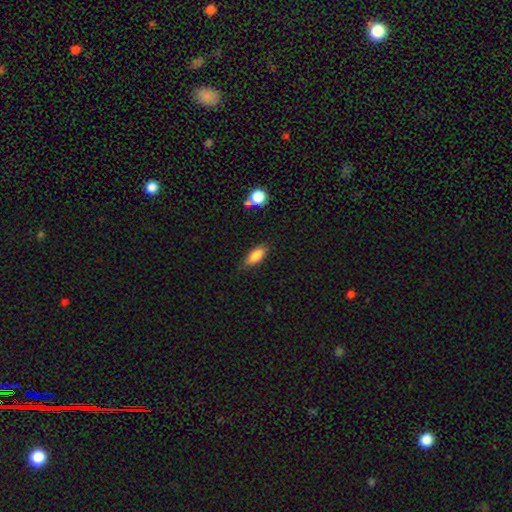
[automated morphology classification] This is clearly a smooth galaxy (82%). How rounded: likely in between (74%). Merging: likely none (75%).